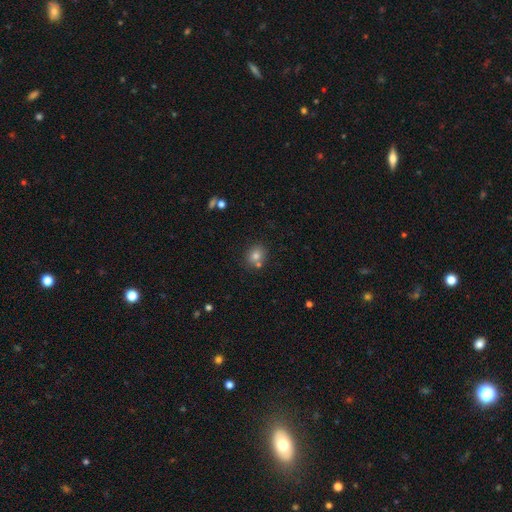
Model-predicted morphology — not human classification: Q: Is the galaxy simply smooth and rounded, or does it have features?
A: smooth — 76%.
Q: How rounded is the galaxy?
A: round — 70%.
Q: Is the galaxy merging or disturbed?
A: none — 69%.